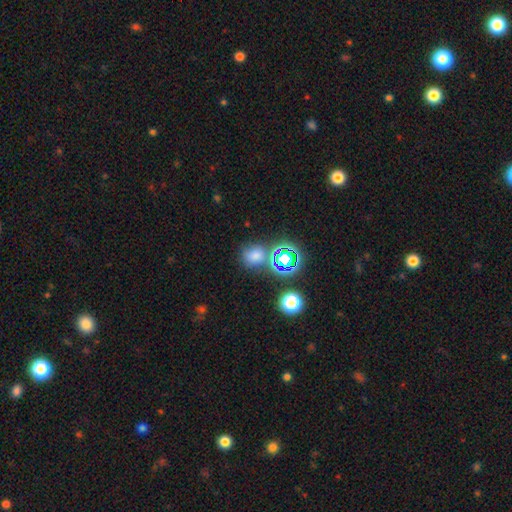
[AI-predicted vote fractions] Smooth or featured? smooth (62%)
How rounded? round (70%)
Merging? none (66%)